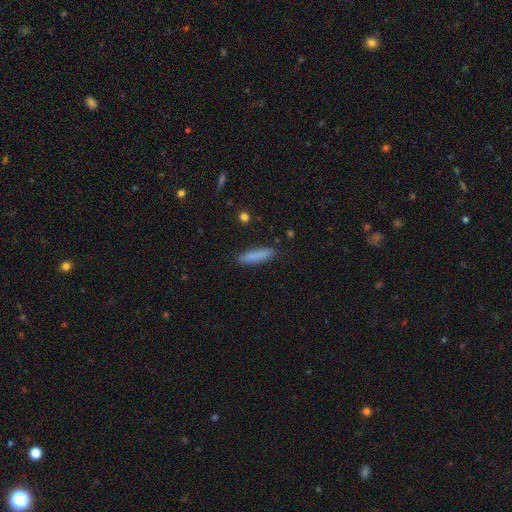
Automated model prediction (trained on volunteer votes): This is clearly a smooth galaxy (84%). How rounded: clearly cigar-shaped (82%). Merging: clearly none (88%).